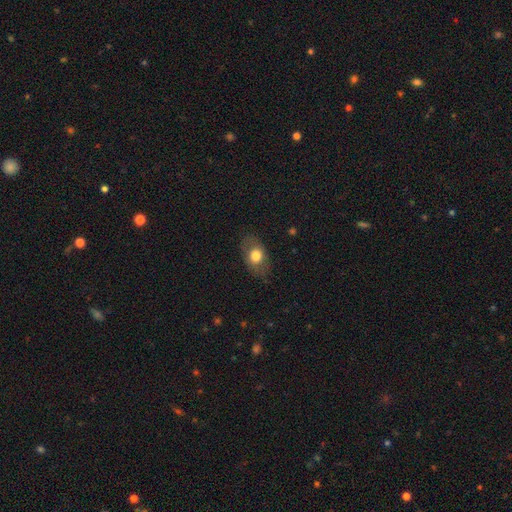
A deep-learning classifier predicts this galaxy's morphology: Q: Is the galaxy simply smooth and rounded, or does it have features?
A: smooth — 70%.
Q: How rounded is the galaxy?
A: in between — 79%.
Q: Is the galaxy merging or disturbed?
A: none — 79%.